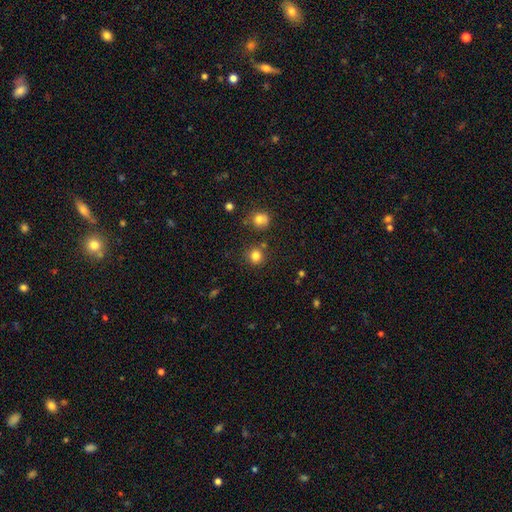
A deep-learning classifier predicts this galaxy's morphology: Smooth or featured?
  - smooth: 82% *
  - star or artifact: 13%
  - featured or disk: 5%
How rounded?
  - round: 88% *
  - in between: 11%
  - cigar-shaped: 1%
Merging?
  - none: 83% *
  - minor disturbance: 8%
  - merger: 6%
  - major disturbance: 3%